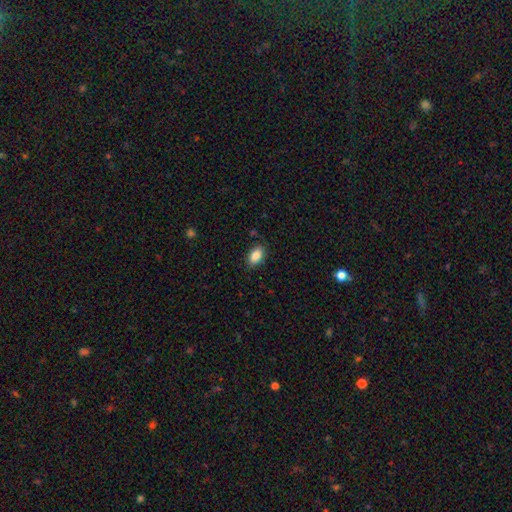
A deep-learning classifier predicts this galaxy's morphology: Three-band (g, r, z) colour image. It shows a smooth galaxy with no disk features (87%) that is in between round and cigar-shaped (91%). Merging: none (83%).